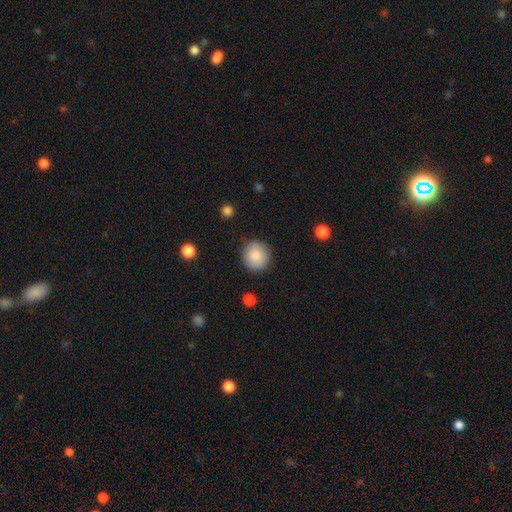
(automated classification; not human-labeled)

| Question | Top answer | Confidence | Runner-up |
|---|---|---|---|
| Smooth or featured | smooth | 87% | star or artifact (7%) |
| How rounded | round | 89% | in between (10%) |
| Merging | none | 87% | minor disturbance (9%) |